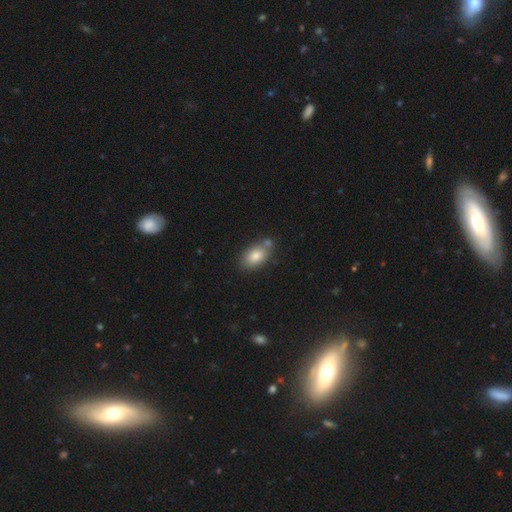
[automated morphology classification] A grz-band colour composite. It shows a smooth galaxy with no disk features (81%) that is in between round and cigar-shaped (88%). Merging: none (67%).